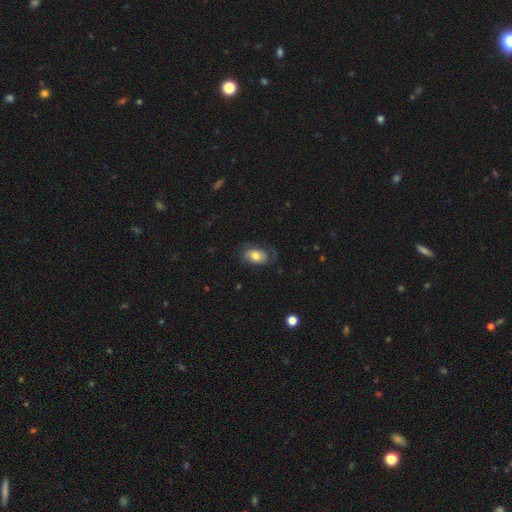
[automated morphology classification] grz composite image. It shows a smooth galaxy with no disk features (65%) that is in between round and cigar-shaped (87%). Merging: none (61%).